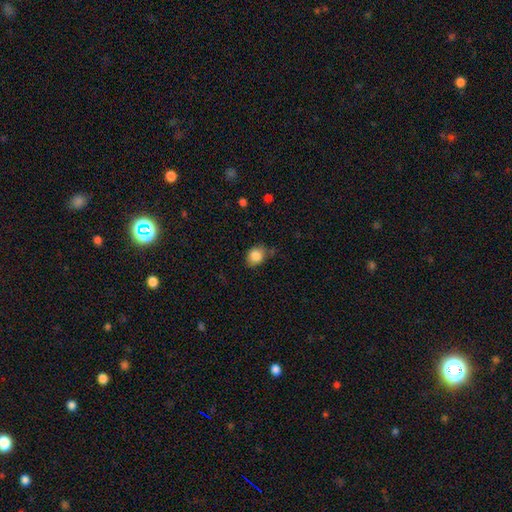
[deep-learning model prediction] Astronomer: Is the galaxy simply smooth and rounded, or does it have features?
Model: smooth — 84%.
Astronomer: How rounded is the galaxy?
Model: round — 52% (runner-up: in between, 47%).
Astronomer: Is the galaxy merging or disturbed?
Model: none — 63%.